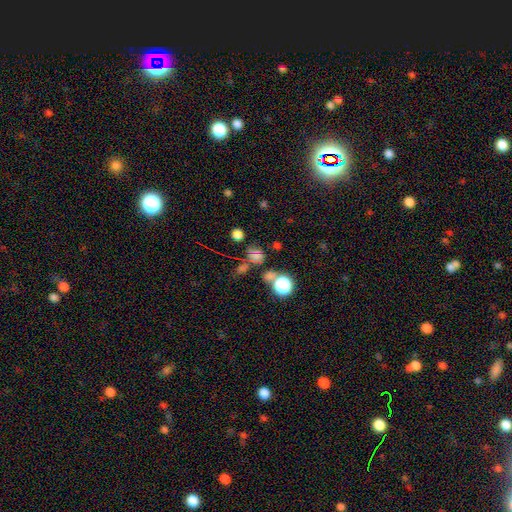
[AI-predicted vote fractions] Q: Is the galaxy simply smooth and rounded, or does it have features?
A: smooth — 51%.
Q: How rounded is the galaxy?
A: round — 61%.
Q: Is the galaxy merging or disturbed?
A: none — 57%.